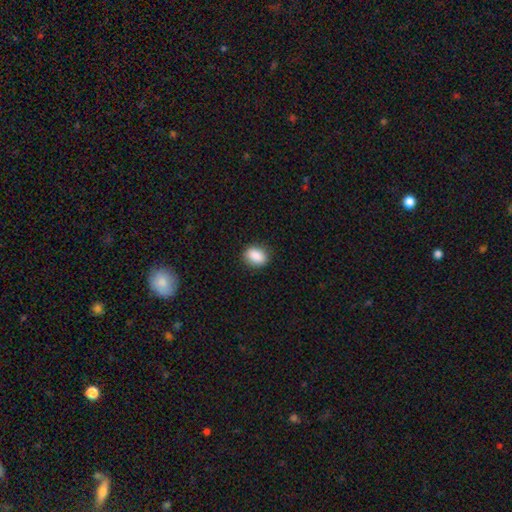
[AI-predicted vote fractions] The model was most divided on "how rounded": in between: 67%, round: 31%, cigar-shaped: 1%. More confident: smooth or featured — smooth (88%); merging — none (87%).